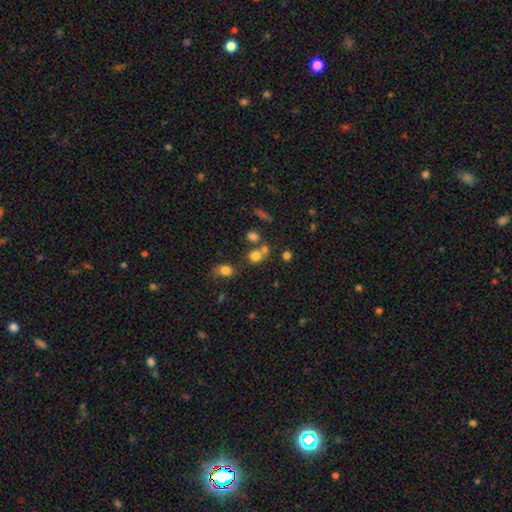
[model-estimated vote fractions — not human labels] Morphology: type=smooth (75%); roundness=round (75%); merging=none (52%).